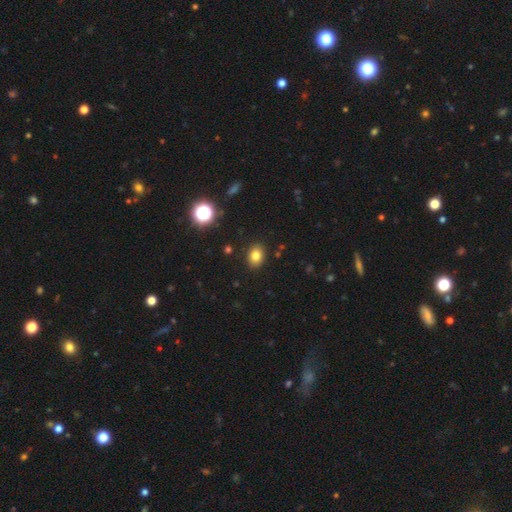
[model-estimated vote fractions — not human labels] This is clearly a smooth galaxy (81%). How rounded: likely in between (65%). Merging: clearly none (89%).